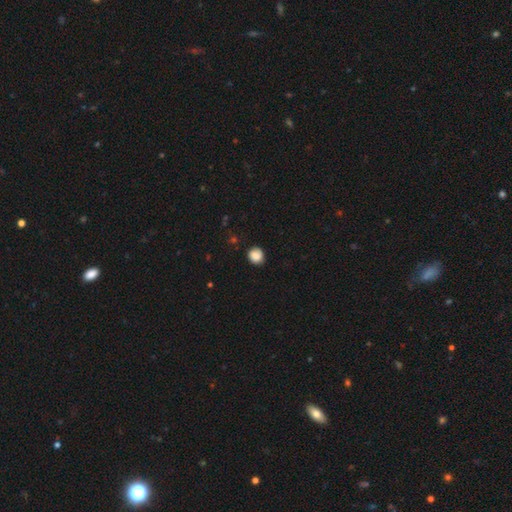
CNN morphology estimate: Smooth or featured? Predicted: smooth (p=0.85). How rounded? Predicted: round (p=0.82). Merging? Predicted: none (p=0.78).